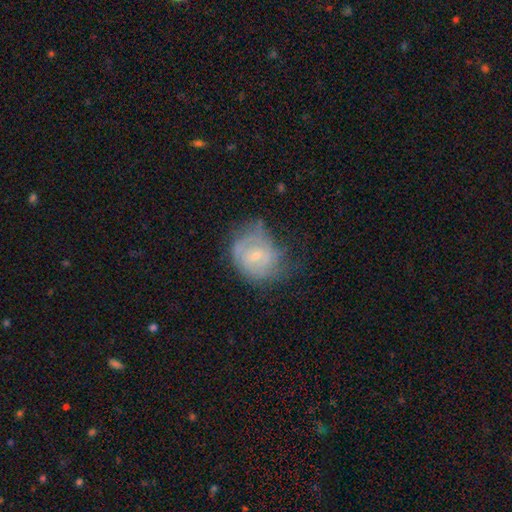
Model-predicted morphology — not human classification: Q: Smooth or featured?
A: featured or disk (59%); runner-up: smooth (32%)
Q: Edge-on disk?
A: no (97%); runner-up: yes (3%)
Q: Bar?
A: no (54%); runner-up: weak (40%)
Q: Spiral arms?
A: yes (71%); runner-up: no (29%)
Q: Bulge size?
A: small (66%); runner-up: moderate (28%)
Q: Merging?
A: none (43%); runner-up: minor disturbance (32%)